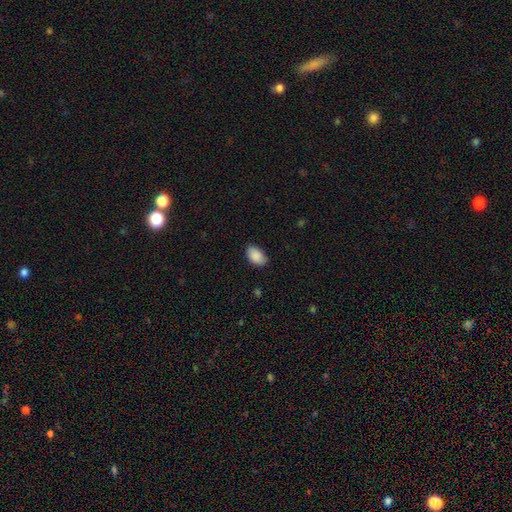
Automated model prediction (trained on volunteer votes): Smooth or featured? Predicted: smooth (p=0.90). How rounded? Predicted: in between (p=0.93). Merging? Predicted: none (p=0.83).